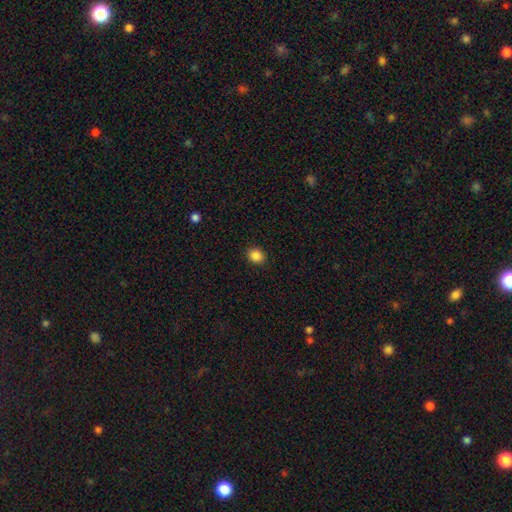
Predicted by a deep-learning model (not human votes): Smooth or featured? Predicted: smooth (p=0.87). How rounded? Predicted: round (p=0.77). Merging? Predicted: none (p=0.91).